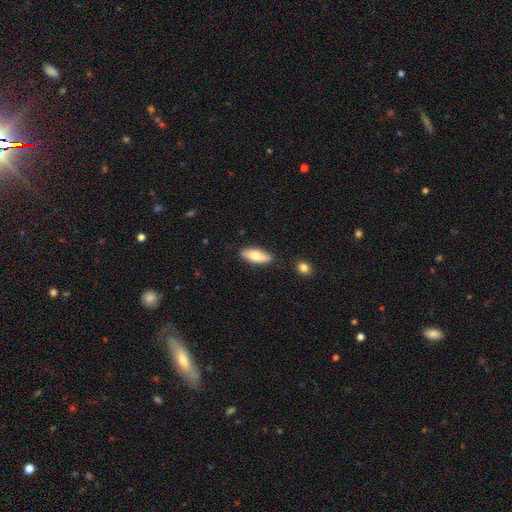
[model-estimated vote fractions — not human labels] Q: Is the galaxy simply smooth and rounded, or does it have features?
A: smooth — 73%.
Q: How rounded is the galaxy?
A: in between — 71%.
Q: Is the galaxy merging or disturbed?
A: none — 85%.